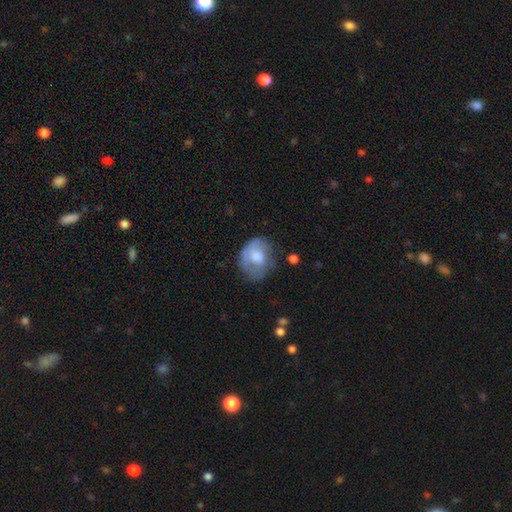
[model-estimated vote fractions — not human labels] smooth_or_featured: smooth (p=0.55) [alt: featured or disk p=0.37]
how_rounded: in between (p=0.53) [alt: round p=0.46]
merging: none (p=0.42) [alt: minor disturbance p=0.30]